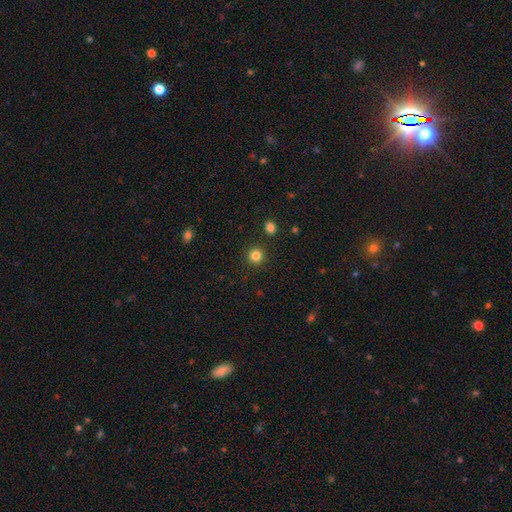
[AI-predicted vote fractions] A smooth galaxy with no disk features (83%) that is round (94%).

Vote fractions:
- Smooth or featured? smooth: 83% / star or artifact: 13% / featured or disk: 4%
- How rounded? round: 94% / in between: 5% / cigar-shaped: 1%
- Merging? none: 92% / minor disturbance: 5% / merger: 2% / major disturbance: 2%